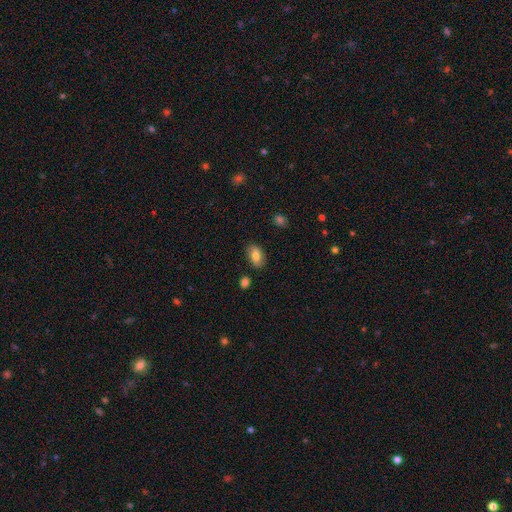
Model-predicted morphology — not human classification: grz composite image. It shows a smooth galaxy with no disk features (78%) that is in between round and cigar-shaped (90%). Merging: none (84%).